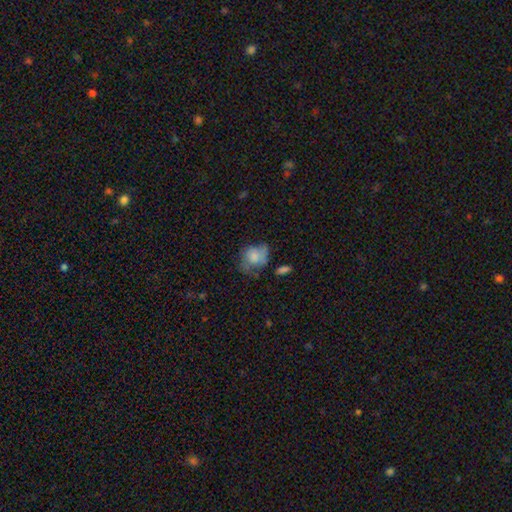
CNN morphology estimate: A smooth galaxy with no disk features (66%) that is round (54%). Merging: none (36%).